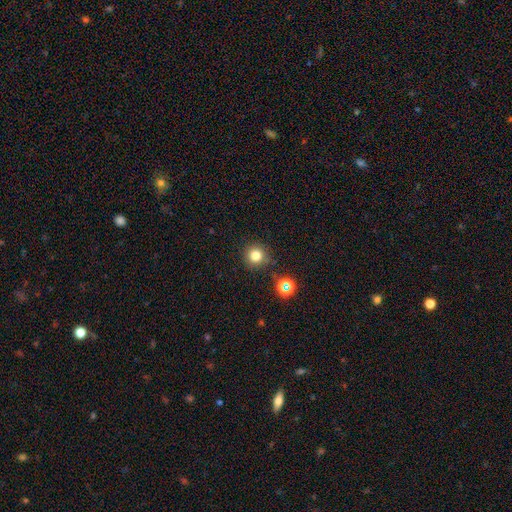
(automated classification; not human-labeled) Overall: smooth (78%). How rounded: round (95%). Merging: none (86%).